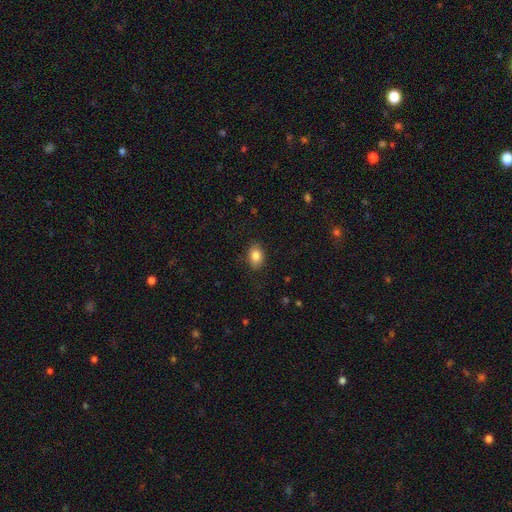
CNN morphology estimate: A smooth galaxy with no disk features (85%) that is in between round and cigar-shaped (78%).

Vote fractions:
- Smooth or featured? smooth: 85% / star or artifact: 8% / featured or disk: 7%
- How rounded? in between: 78% / round: 21% / cigar-shaped: 1%
- Merging? none: 86% / minor disturbance: 11% / major disturbance: 3% / merger: 1%